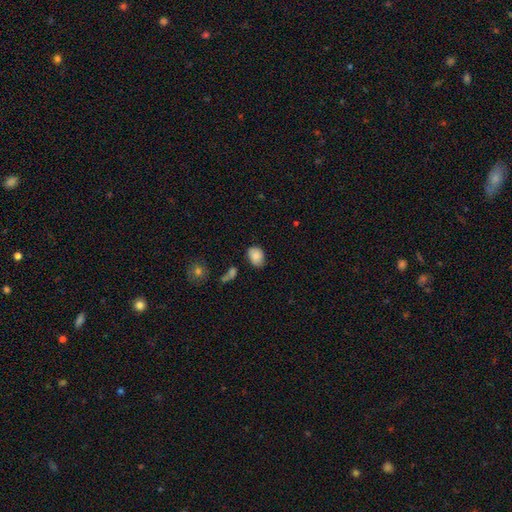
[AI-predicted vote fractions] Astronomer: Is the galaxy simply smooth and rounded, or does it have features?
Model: smooth — 83%.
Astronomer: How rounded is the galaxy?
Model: in between — 68%.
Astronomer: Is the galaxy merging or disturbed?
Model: none — 71%.